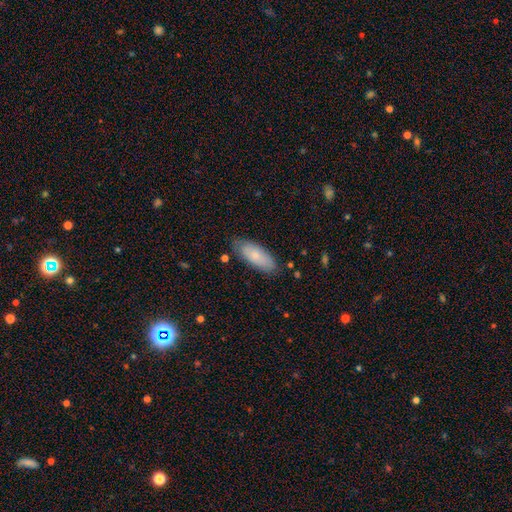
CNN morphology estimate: This is likely a smooth galaxy (79%). How rounded: likely in between (79%). Merging: likely none (80%).